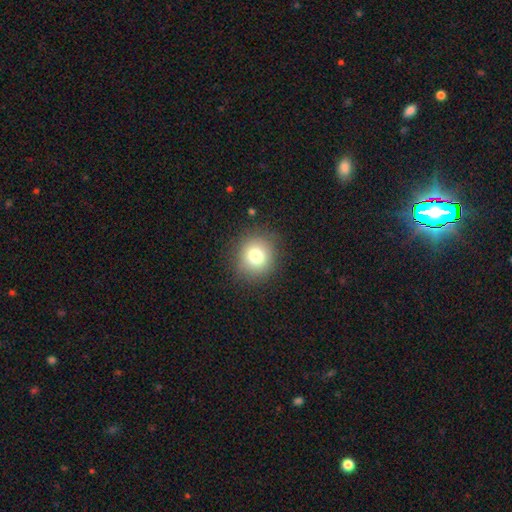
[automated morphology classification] type=smooth (78%); roundness=round (89%); merging=none (87%).